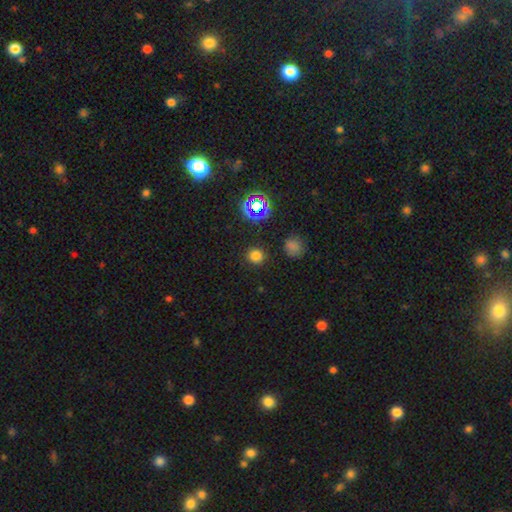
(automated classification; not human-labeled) smooth-or-featured: smooth: 72% | star or artifact: 23% | featured or disk: 5%
  how-rounded: round: 89% | in between: 10% | cigar-shaped: 1%
  merging: none: 89% | minor disturbance: 7% | major disturbance: 3% | merger: 2%